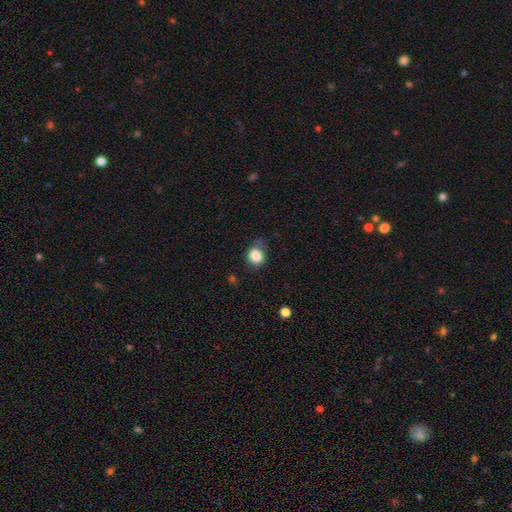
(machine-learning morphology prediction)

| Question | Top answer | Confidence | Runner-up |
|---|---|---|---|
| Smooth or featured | smooth | 85% | star or artifact (10%) |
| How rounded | round | 70% | in between (29%) |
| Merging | none | 65% | minor disturbance (26%) |